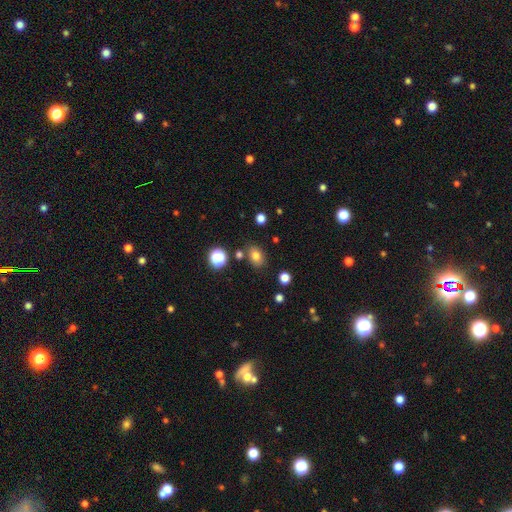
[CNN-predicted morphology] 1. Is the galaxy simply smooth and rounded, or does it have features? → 77% smooth, 15% star or artifact, 9% featured or disk.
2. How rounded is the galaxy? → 68% in between, 31% round, 1% cigar-shaped.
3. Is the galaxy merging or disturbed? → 80% none, 12% minor disturbance, 5% merger, 3% major disturbance.